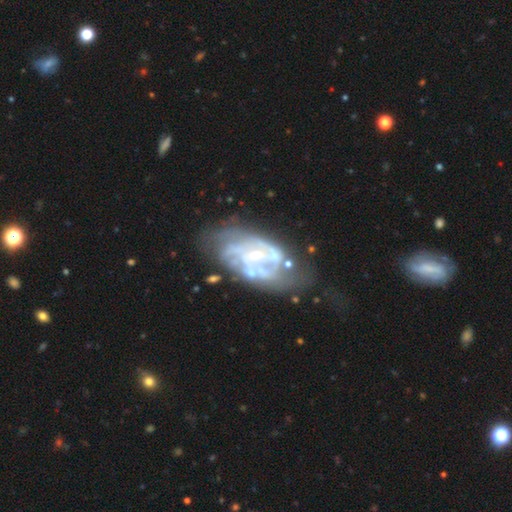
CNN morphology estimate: type=featured or disk (84%); edge-on=no (96%); bar=no (52%); spiral arms=yes (83%); winding=tight (47%); arm count=can't tell (41%); bulge=small (66%); merging=none (49%).